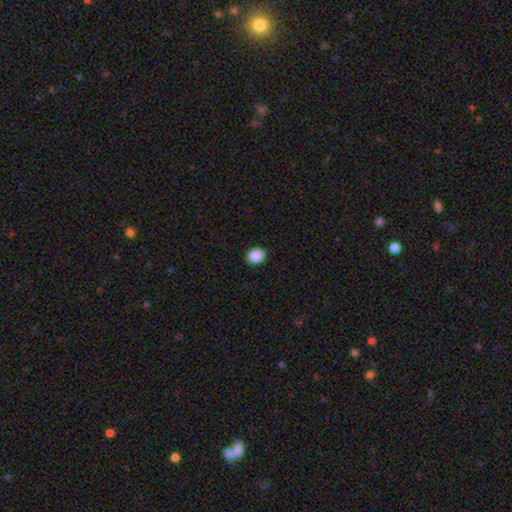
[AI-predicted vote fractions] smooth-or-featured: smooth: 90% | star or artifact: 8% | featured or disk: 2%
  how-rounded: round: 51% | in between: 48% | cigar-shaped: 1%
  merging: none: 91% | minor disturbance: 6% | major disturbance: 2% | merger: 1%